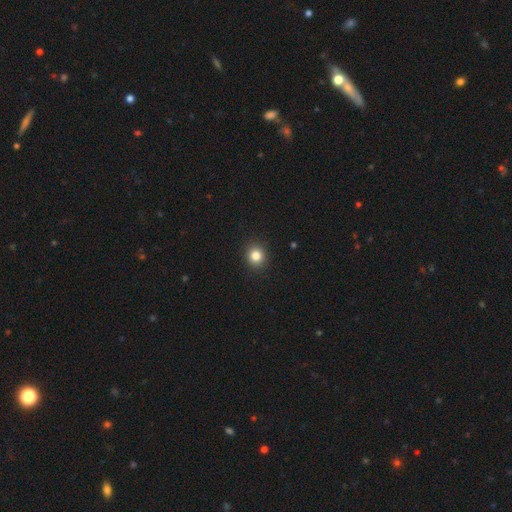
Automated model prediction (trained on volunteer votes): Smooth or featured: smooth — 83% (star or artifact — 12%)
How rounded: round — 86% (in between — 13%)
Merging: none — 92% (minor disturbance — 5%)